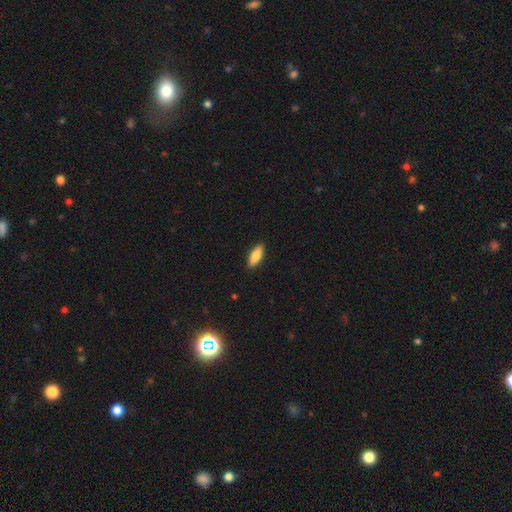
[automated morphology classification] This is clearly a smooth galaxy (82%). How rounded: likely in between (73%). Merging: clearly none (89%).